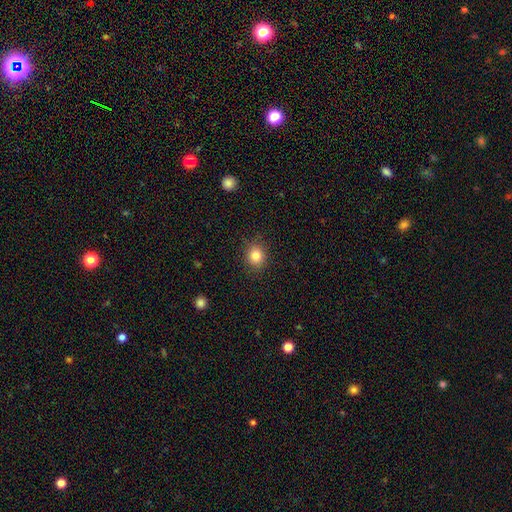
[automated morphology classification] smooth_or_featured: smooth (p=0.83) [alt: star or artifact p=0.11]
how_rounded: round (p=0.76) [alt: in between p=0.23]
merging: none (p=0.88) [alt: minor disturbance p=0.08]